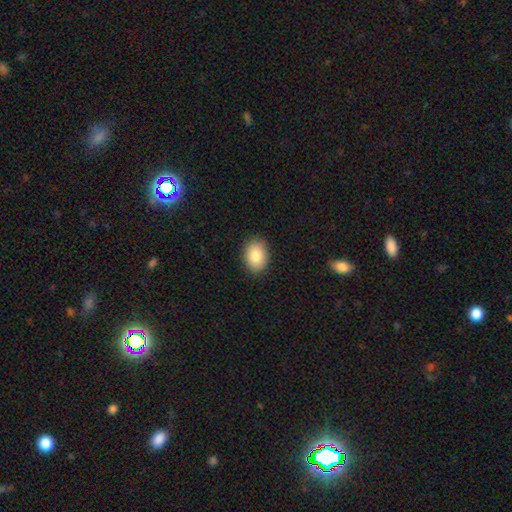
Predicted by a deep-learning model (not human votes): Overall: smooth (85%). How rounded: in between (71%). Merging: none (88%).